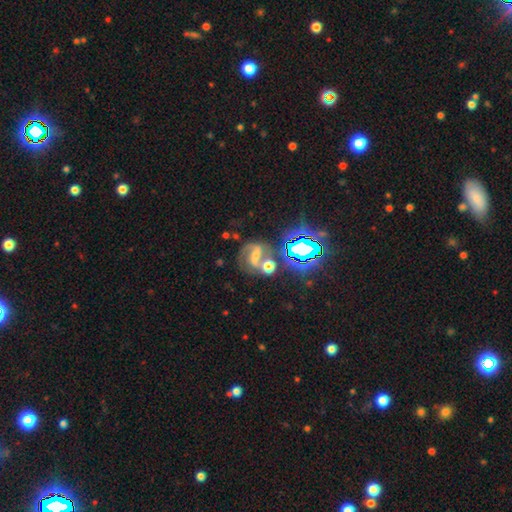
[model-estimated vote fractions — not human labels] featured or disk 59%, star or artifact 29%, smooth 12%. Down the decision tree: edge-on disk — no (96%); bar — strong (49%); spiral arms — yes (89%); spiral arm count — 2 (85%); spiral winding — medium (51%); bulge size — small (49%); merging — none (55%).